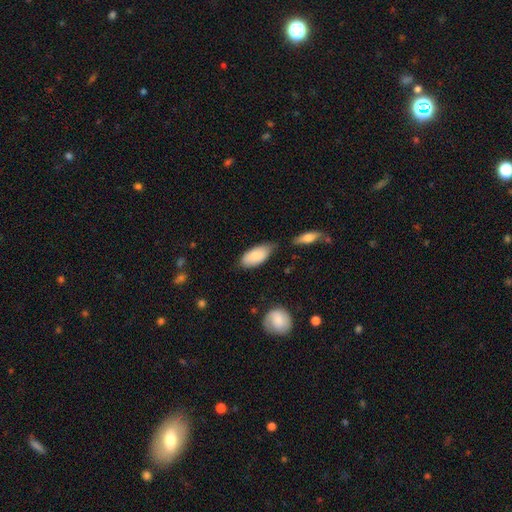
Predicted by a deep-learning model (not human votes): A smooth galaxy with no disk features (85%) that is in between round and cigar-shaped (90%).

Vote fractions:
- Smooth or featured? smooth: 85% / featured or disk: 9% / star or artifact: 6%
- How rounded? in between: 90% / cigar-shaped: 8% / round: 2%
- Merging? none: 63% / minor disturbance: 26% / merger: 6% / major disturbance: 5%